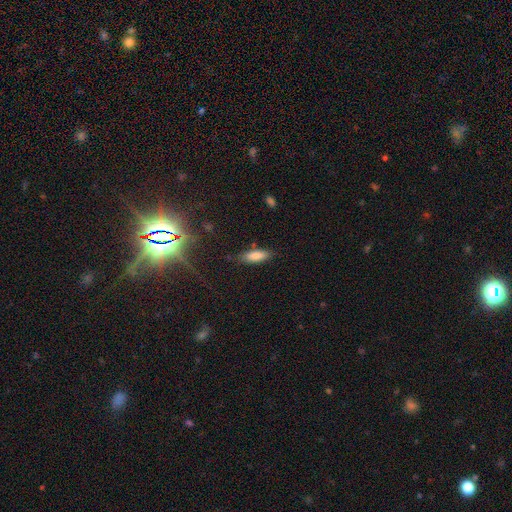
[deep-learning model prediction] The model was most divided on "how rounded": in between: 59%, cigar-shaped: 39%, round: 2%. More confident: smooth or featured — smooth (82%); merging — none (78%).